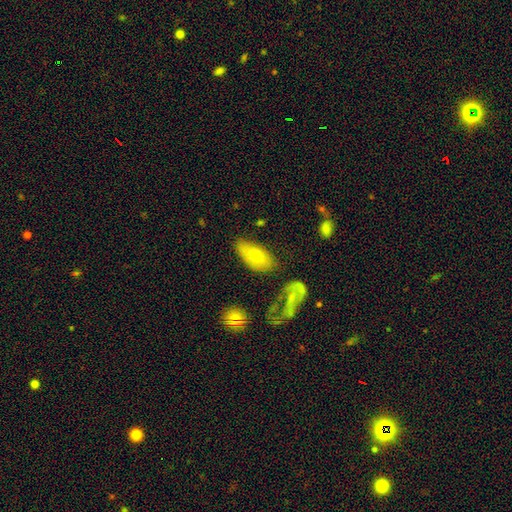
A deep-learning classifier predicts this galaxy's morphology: A smooth galaxy with no disk features (65%) that is in between round and cigar-shaped (91%).

Vote fractions:
- Smooth or featured? smooth: 65% / featured or disk: 28% / star or artifact: 7%
- How rounded? in between: 91% / cigar-shaped: 5% / round: 5%
- Merging? none: 61% / minor disturbance: 23% / major disturbance: 9% / merger: 7%